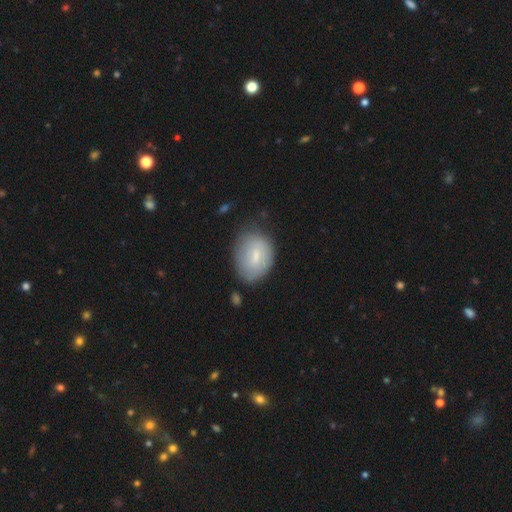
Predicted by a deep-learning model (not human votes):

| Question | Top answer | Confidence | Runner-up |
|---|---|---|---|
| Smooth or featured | smooth | 67% | featured or disk (26%) |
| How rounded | in between | 69% | round (30%) |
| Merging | none | 64% | minor disturbance (26%) |